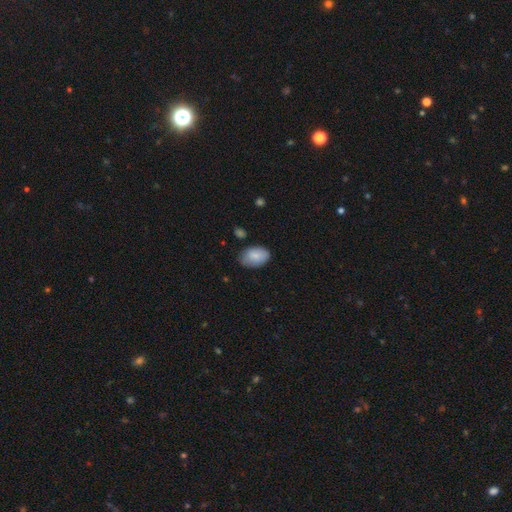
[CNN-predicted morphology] smooth 84%, featured or disk 9%, star or artifact 7%. Down the decision tree: how rounded — in between (89%); merging — none (67%).